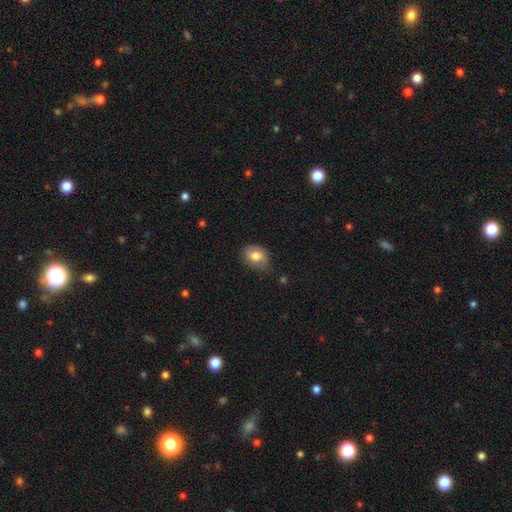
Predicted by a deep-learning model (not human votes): smooth 76%, featured or disk 16%, star or artifact 8%. Down the decision tree: how rounded — in between (63%); merging — none (63%).